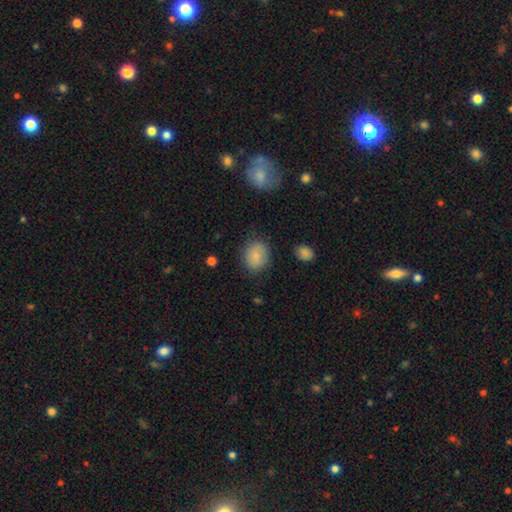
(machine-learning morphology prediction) Smooth or featured? Predicted: smooth (p=0.84). How rounded? Predicted: round (p=0.60). Merging? Predicted: none (p=0.81).